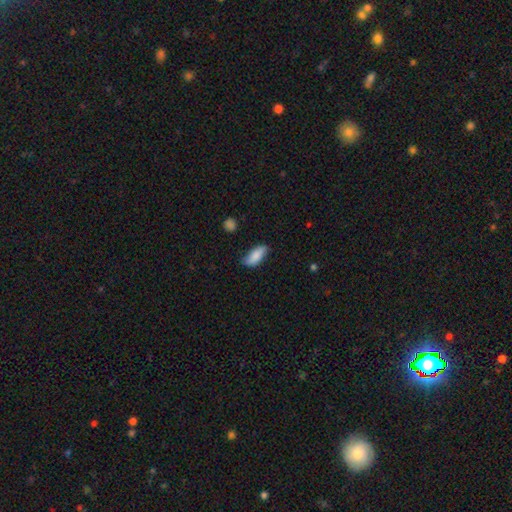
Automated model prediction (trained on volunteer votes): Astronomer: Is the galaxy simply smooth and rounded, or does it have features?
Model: smooth — 83%.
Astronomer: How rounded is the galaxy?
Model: in between — 81%.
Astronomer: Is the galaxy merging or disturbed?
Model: none — 72%.